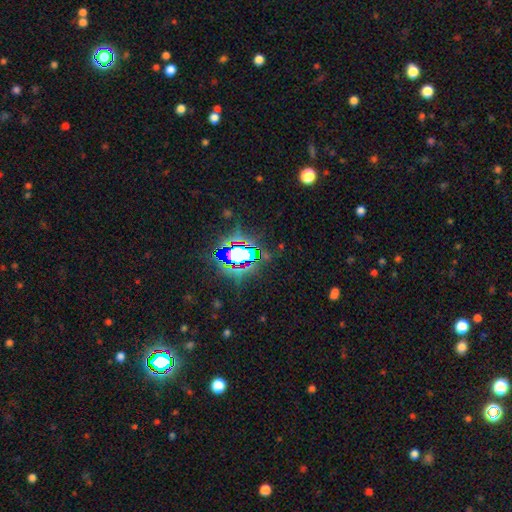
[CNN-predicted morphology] Smooth or featured? Predicted: star or artifact (p=0.82).